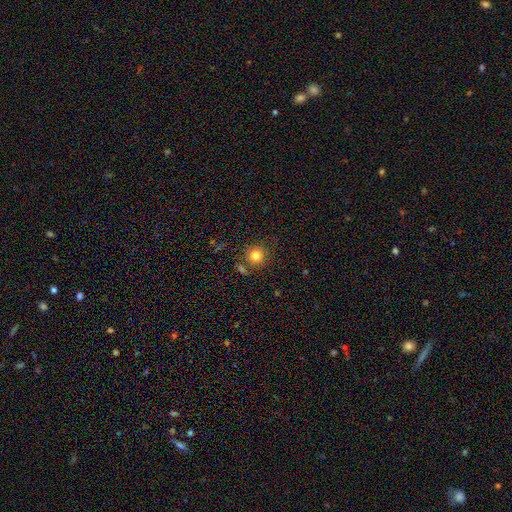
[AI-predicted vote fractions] This is clearly a smooth galaxy (81%). How rounded: clearly round (91%). Merging: likely none (74%).